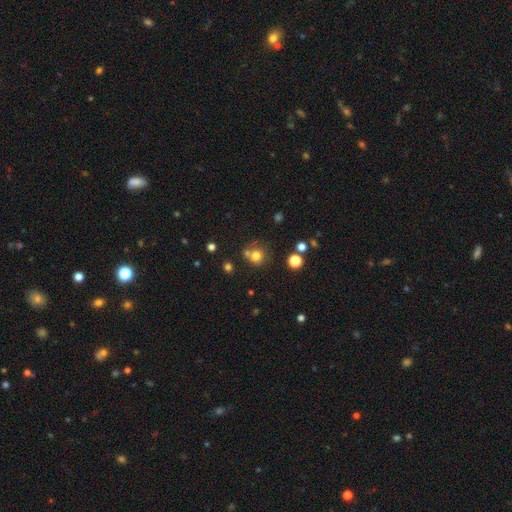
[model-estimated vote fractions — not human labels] Overall: smooth (75%). How rounded: round (89%). Merging: none (62%).